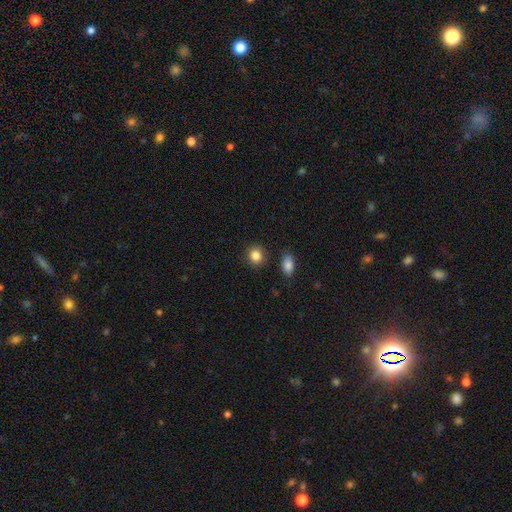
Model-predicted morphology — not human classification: Smooth or featured?
  - smooth: 86% *
  - star or artifact: 9%
  - featured or disk: 5%
How rounded?
  - round: 79% *
  - in between: 19%
  - cigar-shaped: 1%
Merging?
  - none: 86% *
  - minor disturbance: 8%
  - merger: 3%
  - major disturbance: 2%